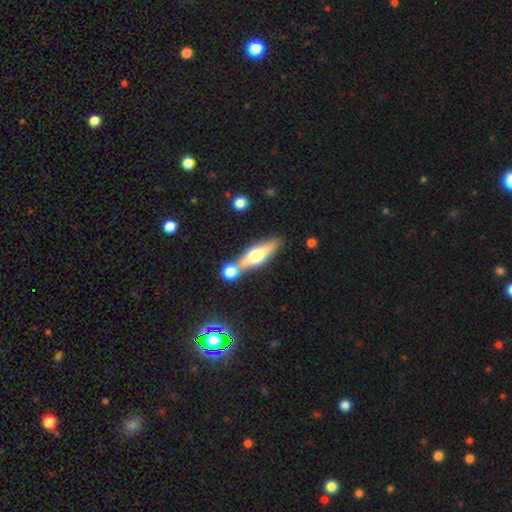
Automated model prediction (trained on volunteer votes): A featured or disk galaxy (54%) viewed edge-on (89%). Merging: none (60%).